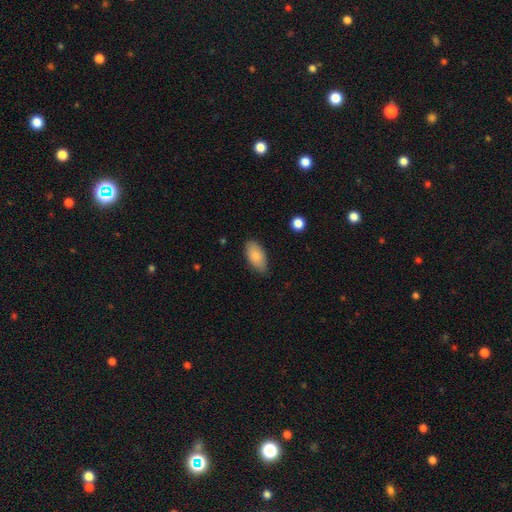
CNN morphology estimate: smooth_or_featured: smooth (p=0.86) [alt: featured or disk p=0.08]
how_rounded: in between (p=0.94) [alt: cigar-shaped p=0.04]
merging: none (p=0.82) [alt: minor disturbance p=0.14]